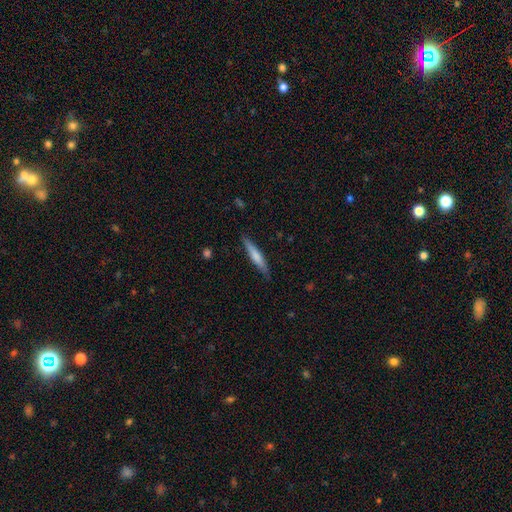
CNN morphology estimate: This is likely a smooth galaxy (64%). How rounded: clearly cigar-shaped (91%). Merging: clearly none (84%).